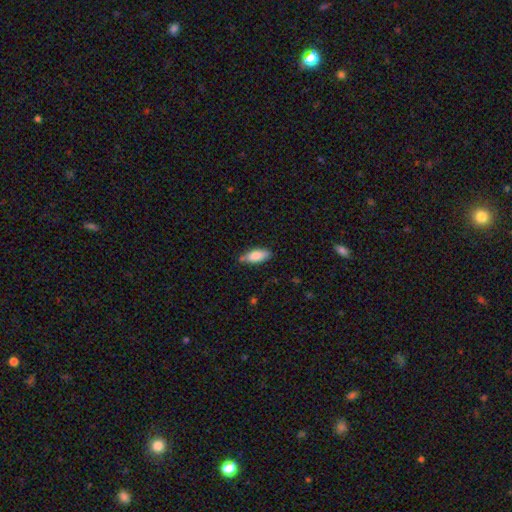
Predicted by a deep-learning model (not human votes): smooth_or_featured: smooth (p=0.80) [alt: featured or disk p=0.14]
how_rounded: in between (p=0.76) [alt: cigar-shaped p=0.22]
merging: none (p=0.74) [alt: minor disturbance p=0.20]